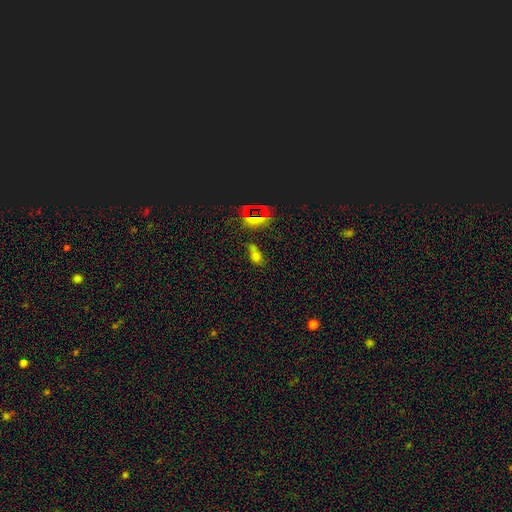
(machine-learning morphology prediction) Overall: smooth (54%; star or artifact 34%). How rounded: in between (76%). Merging: none (45%; minor disturbance 21%).